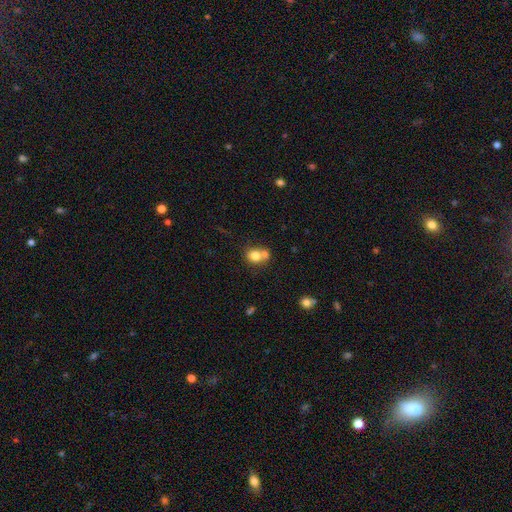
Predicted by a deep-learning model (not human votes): Overall: smooth (77%). How rounded: round (66%; in between 33%). Merging: merger (46%; none 39%).